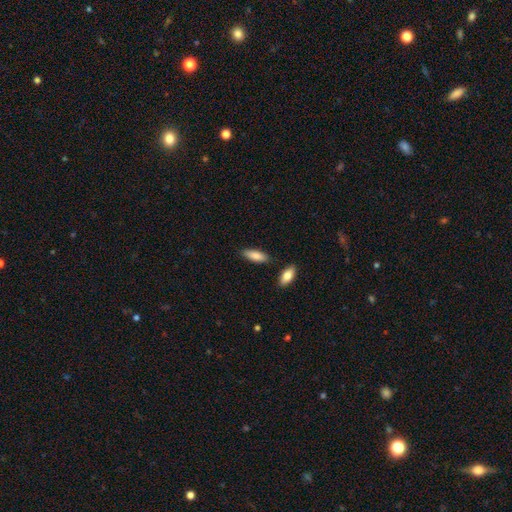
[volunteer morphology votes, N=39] smooth_or_featured: smooth (p=0.82) [alt: featured or disk p=0.13]
how_rounded: in between (p=0.81) [alt: cigar-shaped p=0.12]
merging: none (p=0.70) [alt: minor disturbance p=0.22]